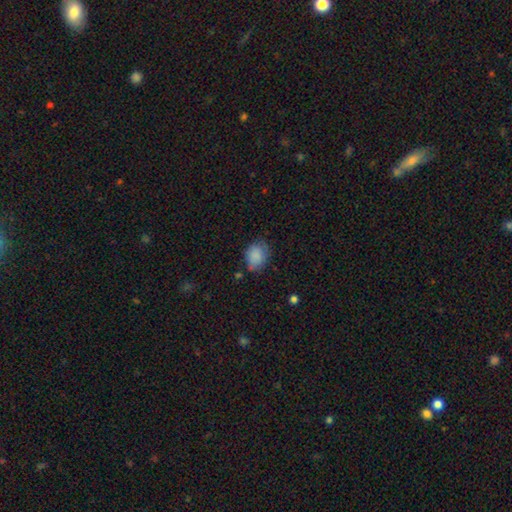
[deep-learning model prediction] A smooth galaxy with no disk features (85%) that is in between round and cigar-shaped (59%).

Vote fractions:
- Smooth or featured? smooth: 85% / star or artifact: 9% / featured or disk: 6%
- How rounded? in between: 59% / round: 40% / cigar-shaped: 1%
- Merging? none: 63% / minor disturbance: 27% / major disturbance: 7% / merger: 3%